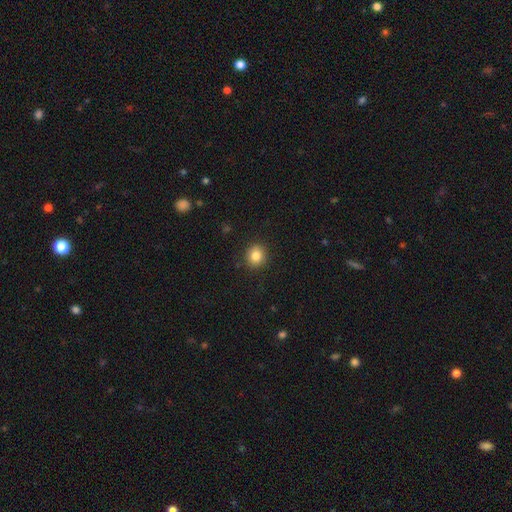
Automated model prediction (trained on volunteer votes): Morphology: type=smooth (84%); roundness=round (85%); merging=none (90%).